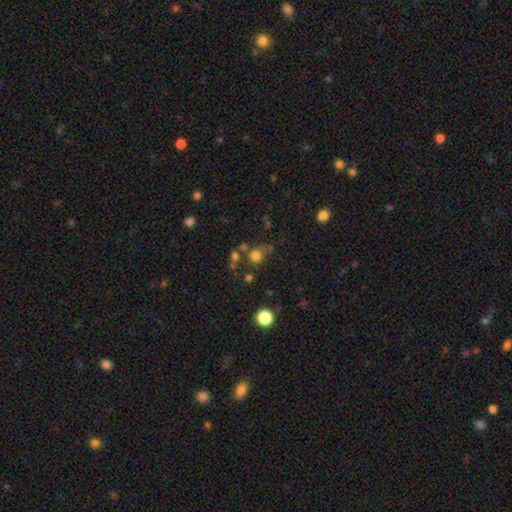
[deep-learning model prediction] Morphology: type=smooth (73%); roundness=round (86%); merging=none (57%).